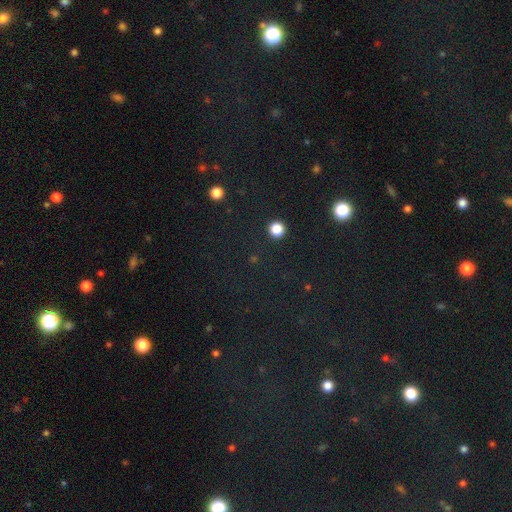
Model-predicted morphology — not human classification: Smooth or featured? star or artifact (72%)